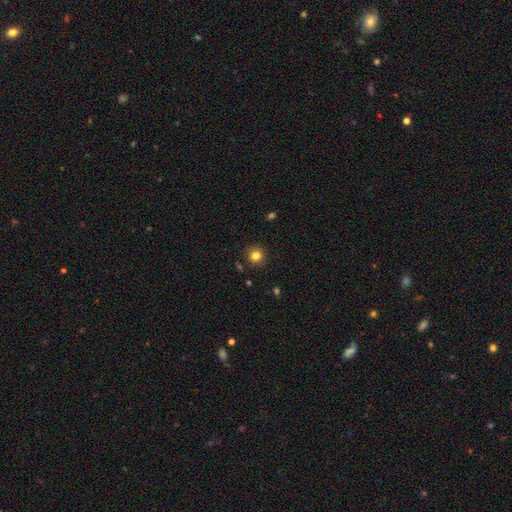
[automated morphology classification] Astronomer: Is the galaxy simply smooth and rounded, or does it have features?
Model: smooth — 82%.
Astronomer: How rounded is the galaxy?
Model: round — 91%.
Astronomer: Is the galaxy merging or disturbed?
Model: none — 89%.